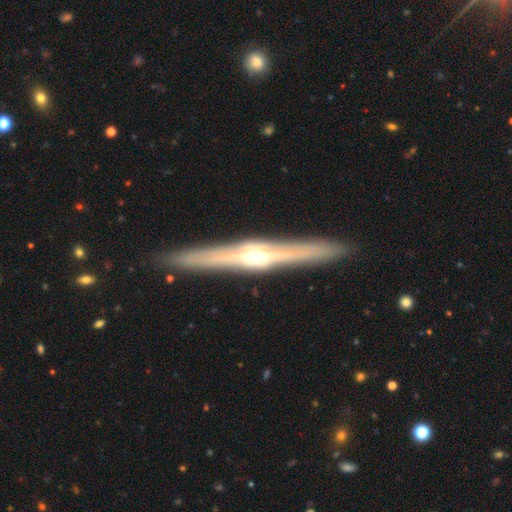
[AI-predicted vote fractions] Smooth or featured?
  - featured or disk: 80% *
  - smooth: 15%
  - star or artifact: 6%
Edge-on disk?
  - yes: 97% *
  - no: 3%
Edge-on bulge?
  - rounded: 92% *
  - boxy: 4%
  - none: 4%
Merging?
  - none: 90% *
  - minor disturbance: 7%
  - major disturbance: 1%
  - merger: 1%